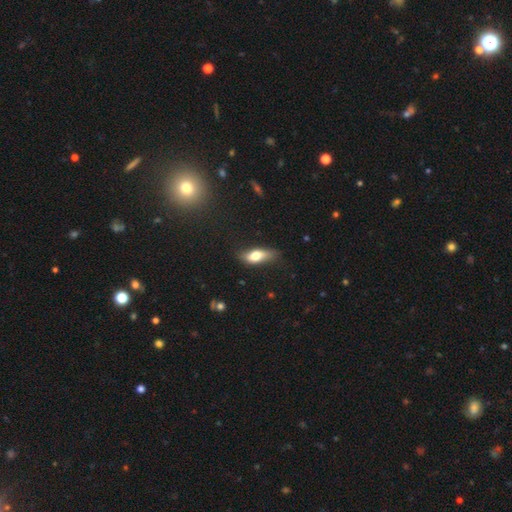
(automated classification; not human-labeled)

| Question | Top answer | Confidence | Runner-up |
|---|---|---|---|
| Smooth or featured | smooth | 67% | featured or disk (26%) |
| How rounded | in between | 71% | cigar-shaped (26%) |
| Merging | none | 62% | minor disturbance (28%) |